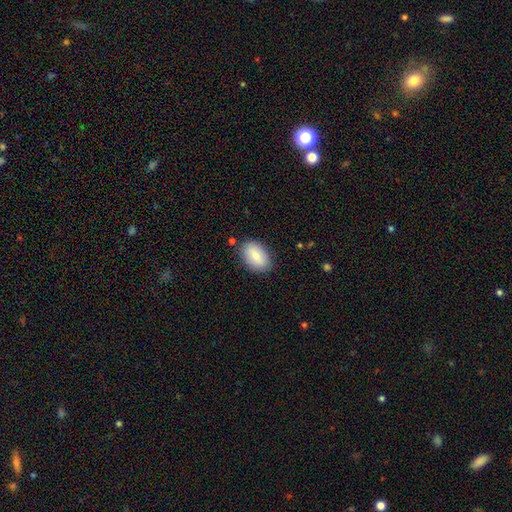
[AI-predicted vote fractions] The model was most divided on "smooth or featured": smooth: 80%, featured or disk: 13%, star or artifact: 7%. More confident: how rounded — in between (91%); merging — none (84%).